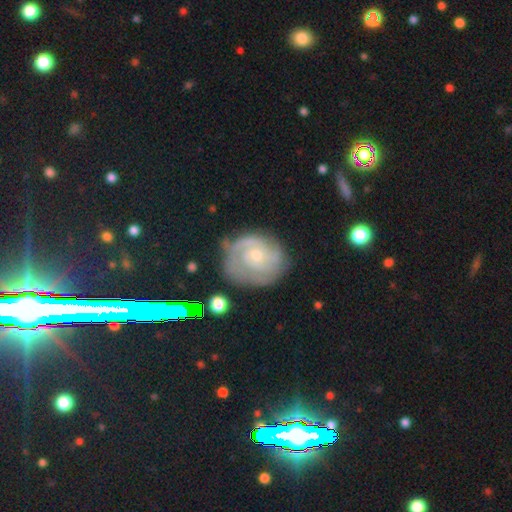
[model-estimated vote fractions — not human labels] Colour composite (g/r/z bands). It shows a featured or disk galaxy (78%) with no bar (72%), 2 (36%) tight (65%) spiral arms (93%) and a small central bulge (62%). Merging: none (67%).